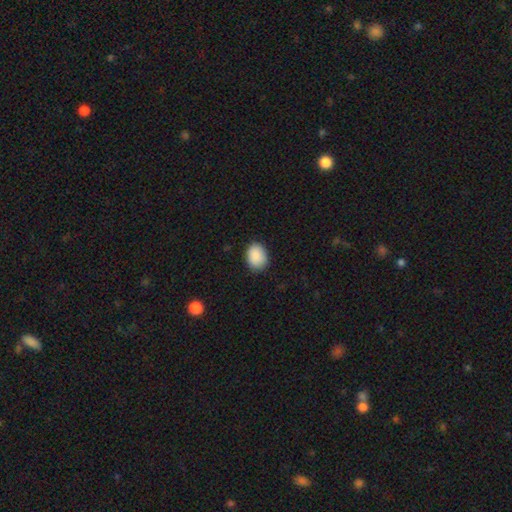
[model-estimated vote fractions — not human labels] Smooth or featured? Predicted: smooth (p=0.90). How rounded? Predicted: in between (p=0.66). Merging? Predicted: none (p=0.82).